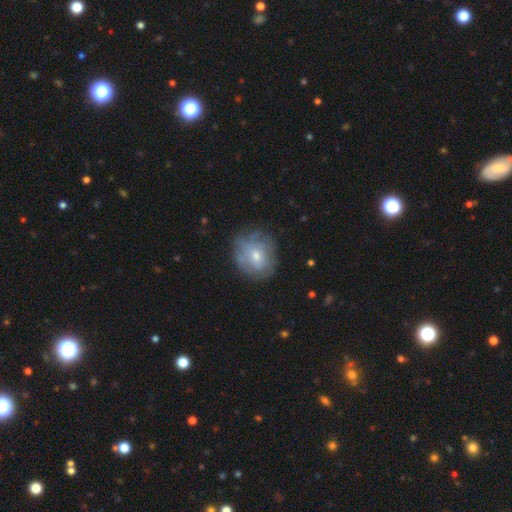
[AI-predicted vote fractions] Smooth or featured?
  - smooth: 46% *
  - featured or disk: 45%
  - star or artifact: 9%
Merging?
  - none: 67% *
  - minor disturbance: 21%
  - major disturbance: 10%
  - merger: 2%